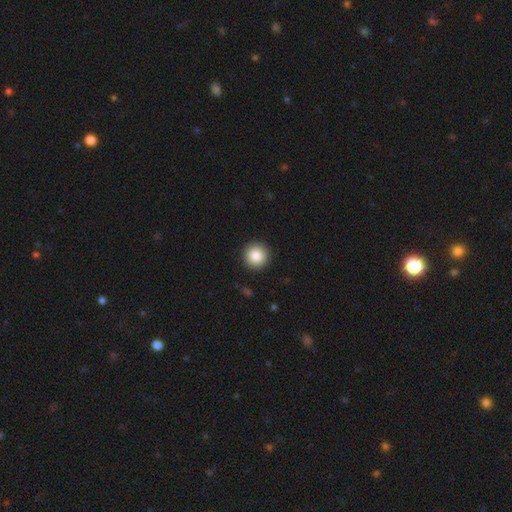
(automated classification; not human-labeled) A smooth galaxy with no disk features (86%) that is round (95%). Merging: none (92%).